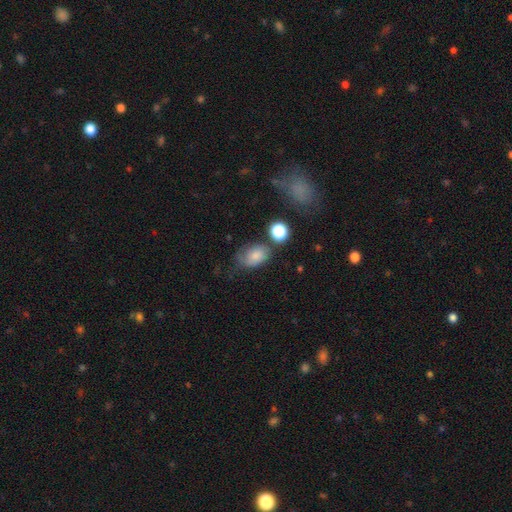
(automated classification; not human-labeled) smooth-or-featured: smooth: 70% | featured or disk: 18% | star or artifact: 12%
  how-rounded: in between: 79% | round: 20% | cigar-shaped: 1%
  merging: none: 48% | minor disturbance: 30% | major disturbance: 14% | merger: 8%